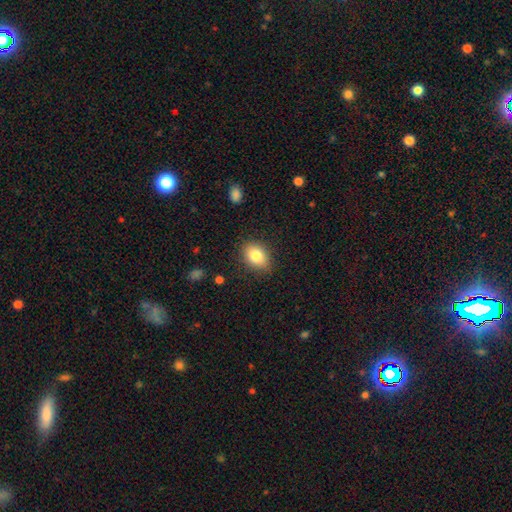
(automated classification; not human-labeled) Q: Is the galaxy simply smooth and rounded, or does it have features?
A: smooth — 83%.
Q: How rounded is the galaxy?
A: in between — 79%.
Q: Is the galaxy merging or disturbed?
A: none — 85%.